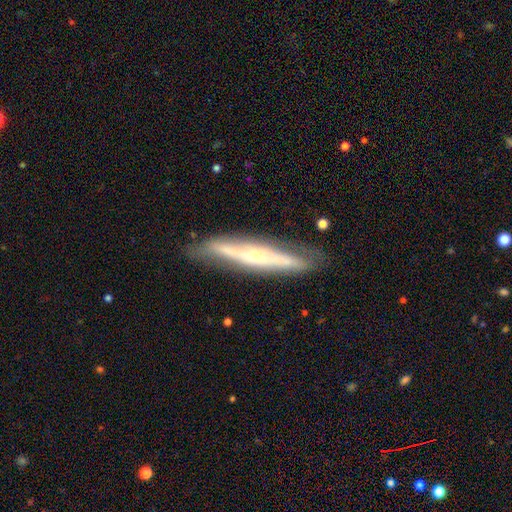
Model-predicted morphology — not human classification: This is likely a featured or disk galaxy (69%). It is likely viewed edge-on (74%). Edge-on bulge: likely rounded (70%). Merging: likely none (76%).